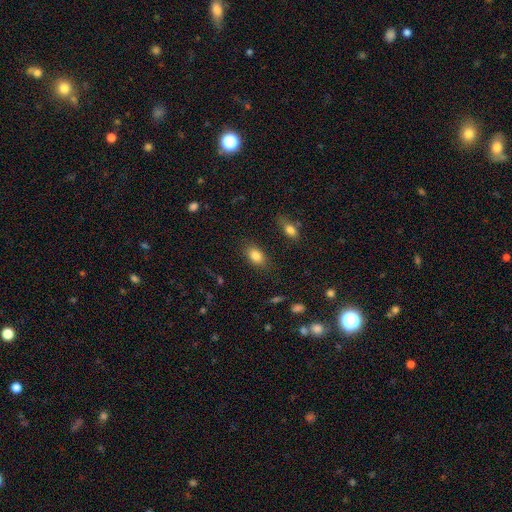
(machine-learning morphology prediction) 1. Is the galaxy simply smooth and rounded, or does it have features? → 84% smooth, 9% star or artifact, 7% featured or disk.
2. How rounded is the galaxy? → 83% in between, 15% round, 2% cigar-shaped.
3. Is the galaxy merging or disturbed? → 82% none, 12% minor disturbance, 4% major disturbance, 2% merger.